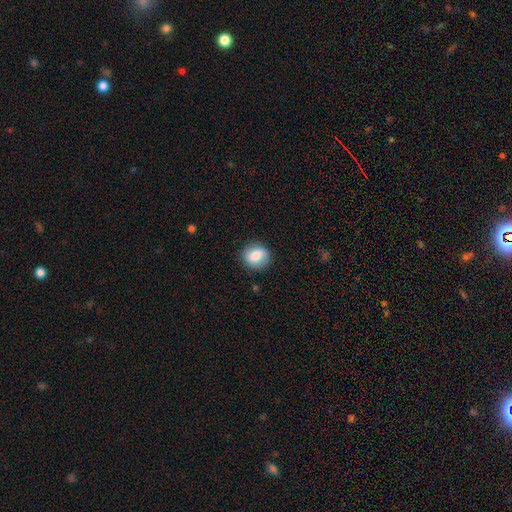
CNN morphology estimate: type=smooth (75%); roundness=round (80%); merging=none (85%).